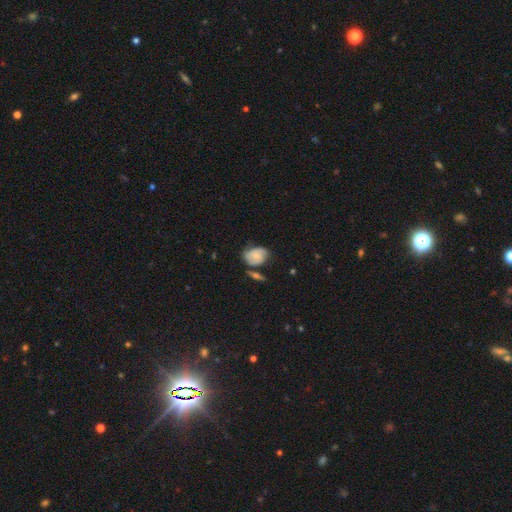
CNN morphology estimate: A featured or disk galaxy (53%) with no bar (63%), spiral arms (86%) and a small central bulge (58%).

Vote fractions:
- Smooth or featured? featured or disk: 53% / smooth: 38% / star or artifact: 8%
- Edge-on disk? no: 96% / yes: 4%
- Bar? no: 63% / weak: 30% / strong: 6%
- Spiral arms? yes: 86% / no: 14%
- Bulge size? small: 58% / moderate: 25% / none: 13% / large: 3% / dominant: 1%
- Merging? none: 53% / minor disturbance: 25% / merger: 13% / major disturbance: 9%